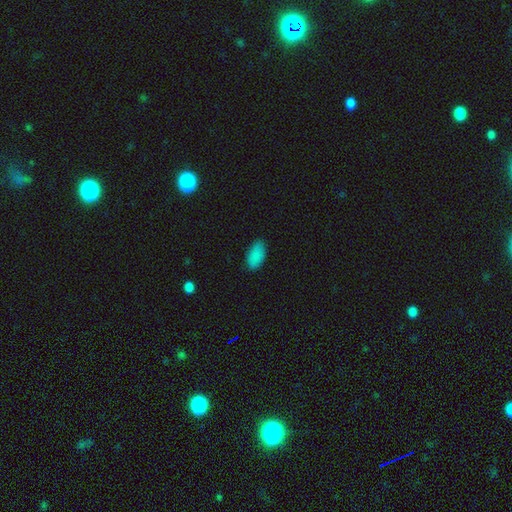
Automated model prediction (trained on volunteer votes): Overall: smooth (88%). How rounded: in between (93%). Merging: none (82%).